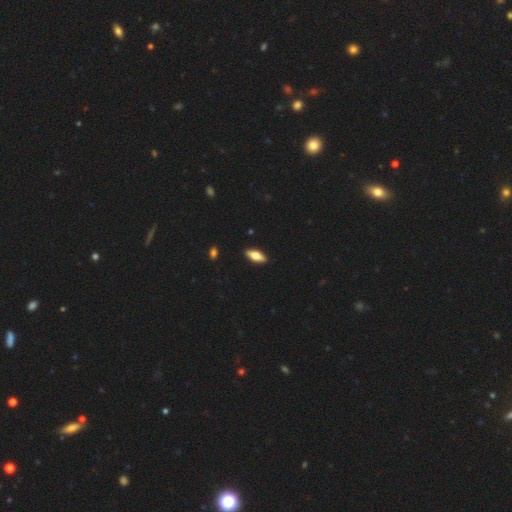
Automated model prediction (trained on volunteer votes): A smooth galaxy with no disk features (68%) that is in between round and cigar-shaped (76%). Merging: none (90%).